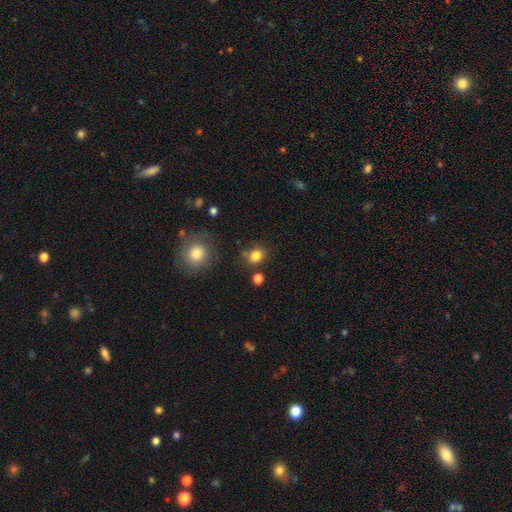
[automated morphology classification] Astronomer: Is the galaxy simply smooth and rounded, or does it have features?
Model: smooth — 82%.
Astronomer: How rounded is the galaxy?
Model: round — 62% (runner-up: in between, 37%).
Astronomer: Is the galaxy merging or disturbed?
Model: none — 73%.